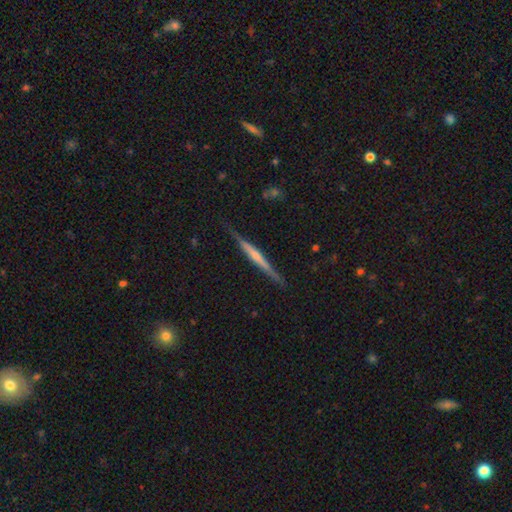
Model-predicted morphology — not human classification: A featured or disk galaxy (68%) viewed edge-on (98%) with no central bulge (49%). Merging: none (85%).